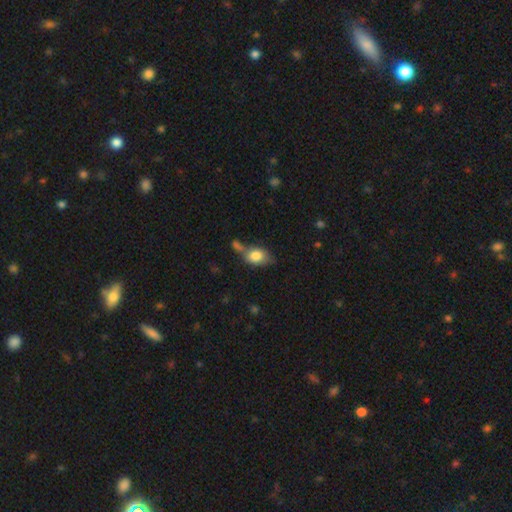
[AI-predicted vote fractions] Smooth or featured? smooth (81%)
How rounded? in between (84%)
Merging? none (44%)